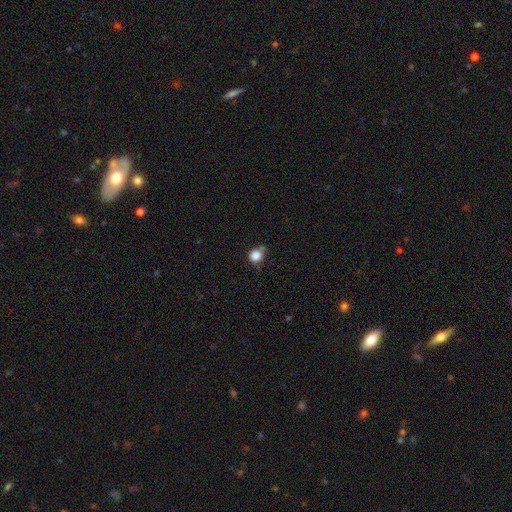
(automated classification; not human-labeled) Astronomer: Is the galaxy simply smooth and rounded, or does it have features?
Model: smooth — 84%.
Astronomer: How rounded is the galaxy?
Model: round — 88%.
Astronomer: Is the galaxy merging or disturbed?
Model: none — 63%.